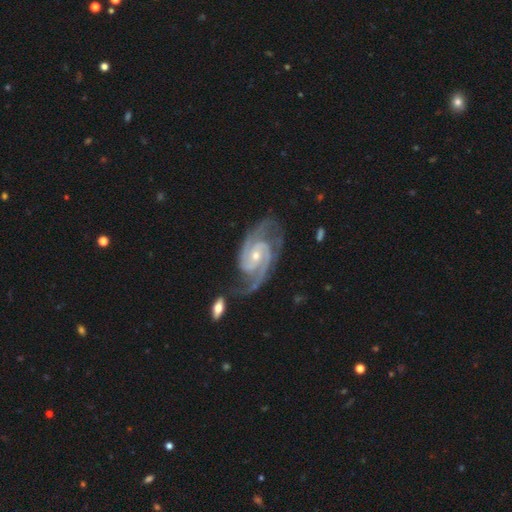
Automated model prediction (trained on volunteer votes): smooth-or-featured: featured or disk: 94% | star or artifact: 4% | smooth: 3%
  disk-edge-on: no: 97% | yes: 3%
    bar: no: 46% | weak: 39% | strong: 16%
    has-spiral-arms: yes: 99% | no: 1%
      spiral-winding: medium: 50% | tight: 42% | loose: 8%
      spiral-arm-count: 2: 74% | 3: 14% | can't tell: 4% | 4: 3% | 1: 2% | more than 4: 2%
    bulge-size: small: 58% | moderate: 39% | large: 1% | none: 1% | dominant: 1%
  merging: none: 69% | minor disturbance: 18% | major disturbance: 8% | merger: 5%